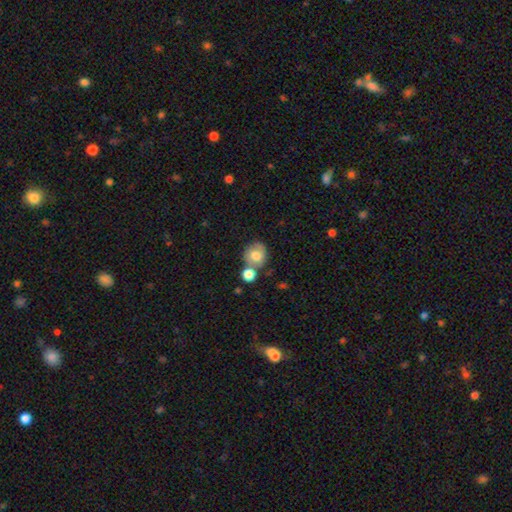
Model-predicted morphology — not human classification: This is likely a smooth galaxy (65%). How rounded: likely round (72%). Merging: possibly none (48%).